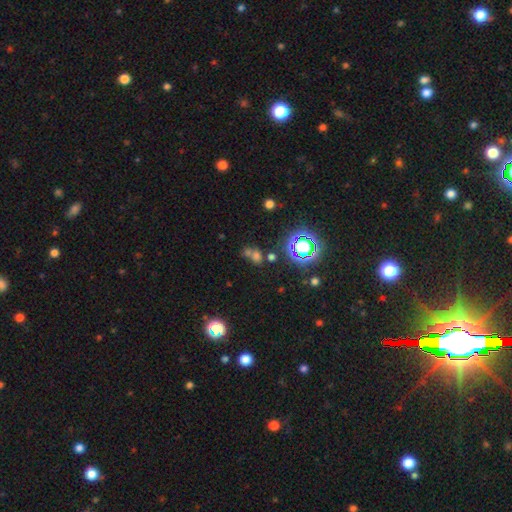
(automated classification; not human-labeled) Smooth or featured? Predicted: smooth (p=0.51). How rounded? Predicted: round (p=0.60). Merging? Predicted: none (p=0.44).